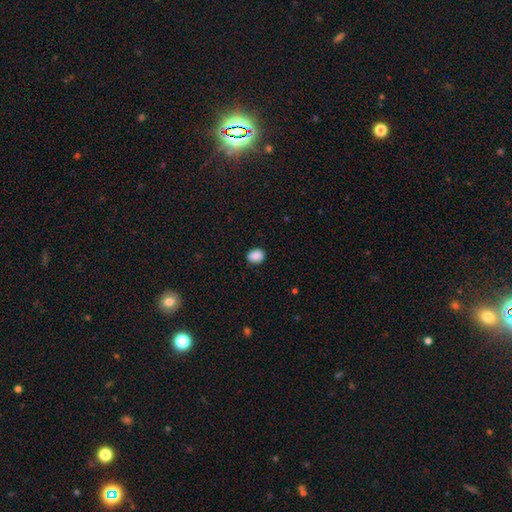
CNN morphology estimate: Smooth or featured? Predicted: smooth (p=0.89). How rounded? Predicted: round (p=0.54). Merging? Predicted: none (p=0.89).